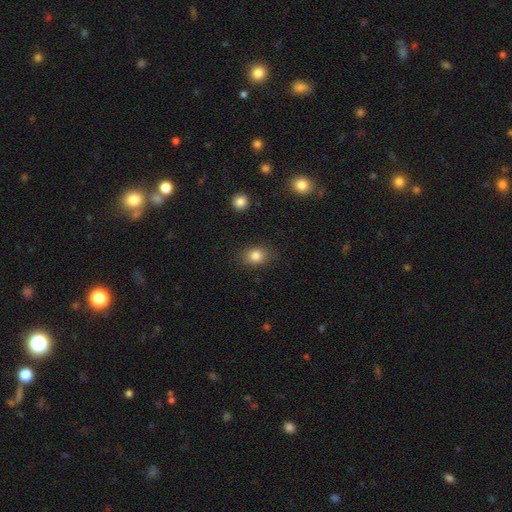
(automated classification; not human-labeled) Q: Smooth or featured?
A: smooth (83%); runner-up: star or artifact (10%)
Q: How rounded?
A: in between (60%); runner-up: round (39%)
Q: Merging?
A: none (84%); runner-up: minor disturbance (12%)